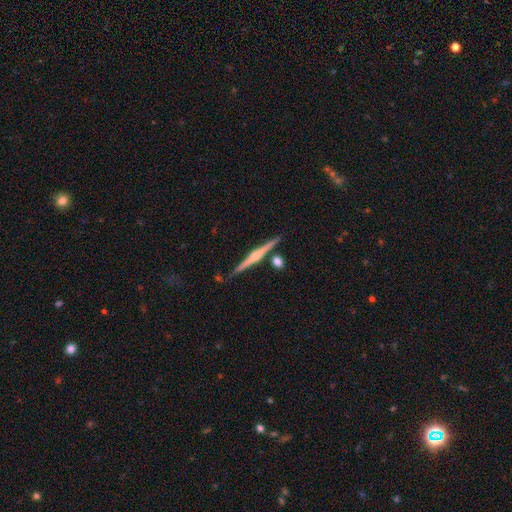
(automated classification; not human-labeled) Overall: featured or disk (80%). Edge-on disk: yes (98%). Edge-on bulge: rounded (85%). Merging: none (84%).